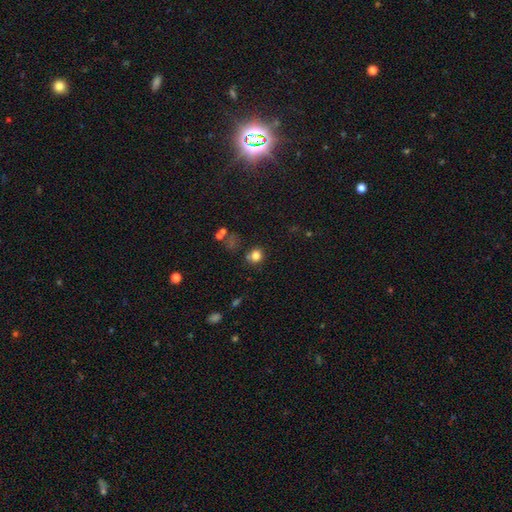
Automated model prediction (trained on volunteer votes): This appears to be a smooth galaxy with no disk features (79%) that is round (76%). Merging: none (69%).